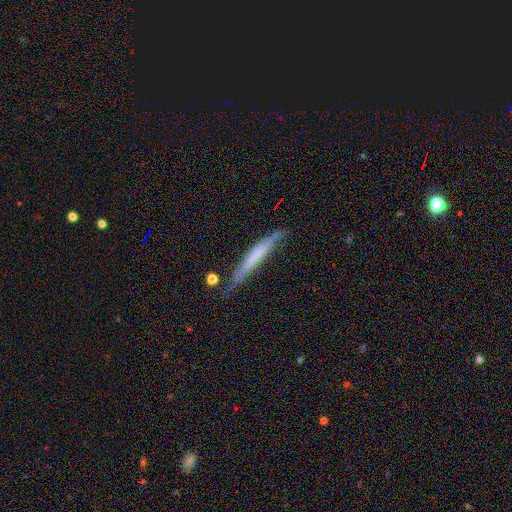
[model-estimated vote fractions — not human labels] Smooth or featured: smooth — 49% (featured or disk — 44%)
Merging: none — 61% (minor disturbance — 28%)